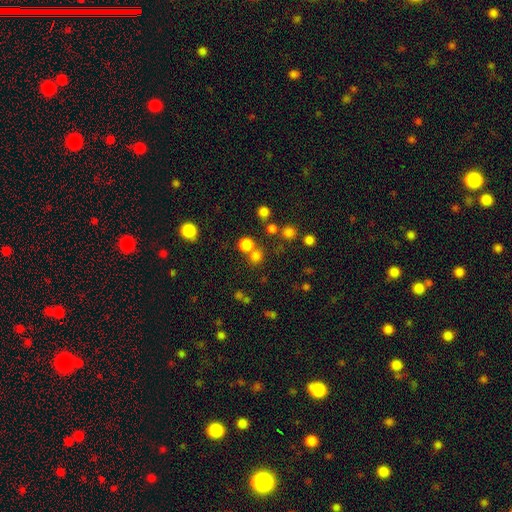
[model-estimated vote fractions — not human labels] Q: Smooth or featured?
A: smooth (75%); runner-up: star or artifact (19%)
Q: How rounded?
A: round (88%); runner-up: in between (11%)
Q: Merging?
A: none (65%); runner-up: merger (25%)